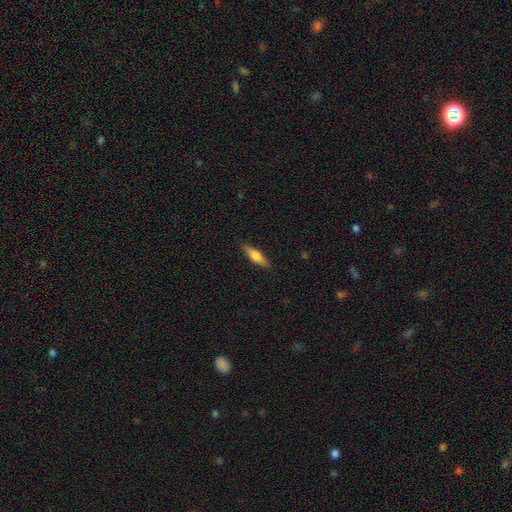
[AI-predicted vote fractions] smooth 56%, featured or disk 37%, star or artifact 6%. Down the decision tree: how rounded — cigar-shaped (59%); merging — none (88%).